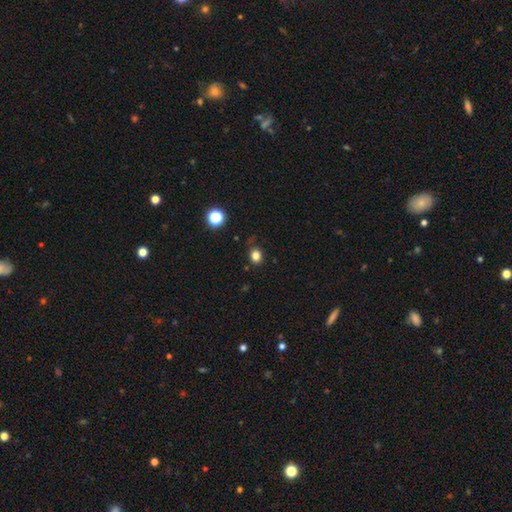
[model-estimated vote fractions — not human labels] smooth_or_featured: smooth (p=0.81) [alt: star or artifact p=0.14]
how_rounded: round (p=0.60) [alt: in between p=0.39]
merging: none (p=0.79) [alt: minor disturbance p=0.15]